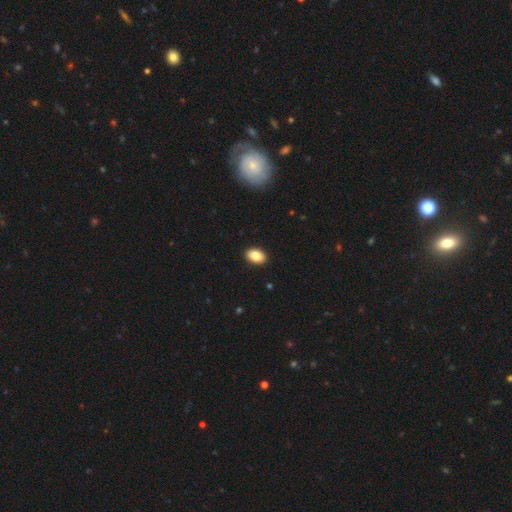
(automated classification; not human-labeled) Smooth or featured? smooth (87%)
How rounded? in between (87%)
Merging? none (91%)